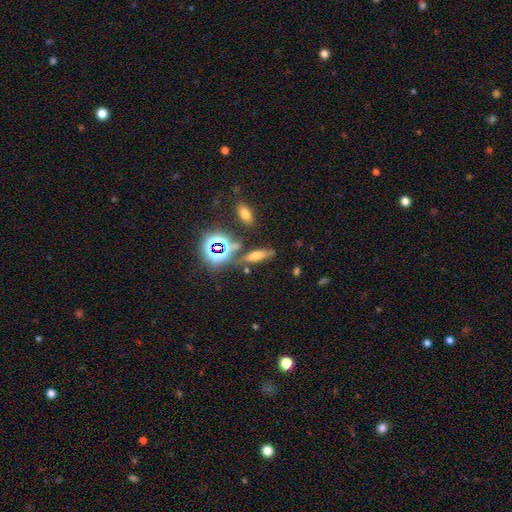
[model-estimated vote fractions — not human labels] A smooth galaxy with no disk features (54%) that is cigar-shaped (50%). Merging: none (70%).